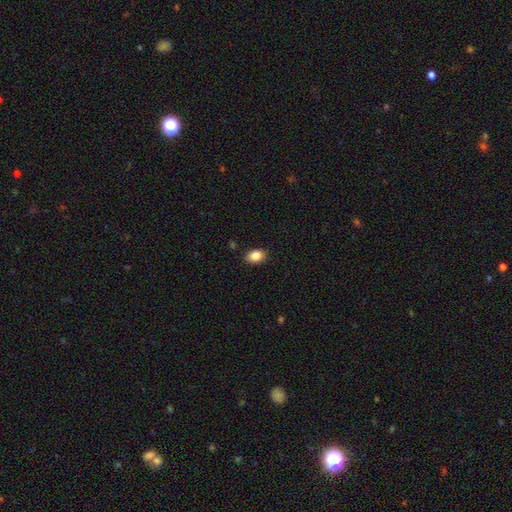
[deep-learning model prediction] Overall: smooth (87%). How rounded: in between (81%). Merging: none (87%).